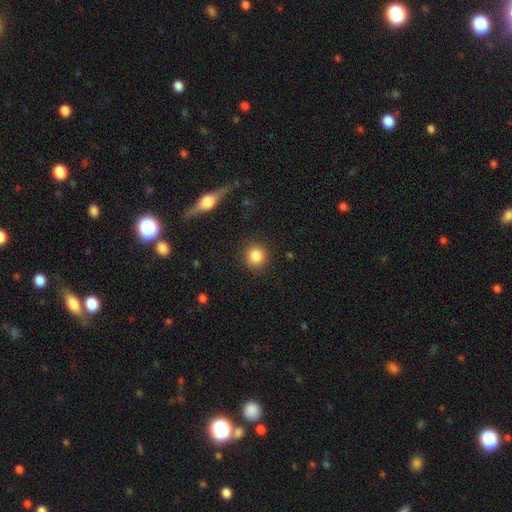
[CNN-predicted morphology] Overall: smooth (85%). How rounded: round (90%). Merging: none (89%).